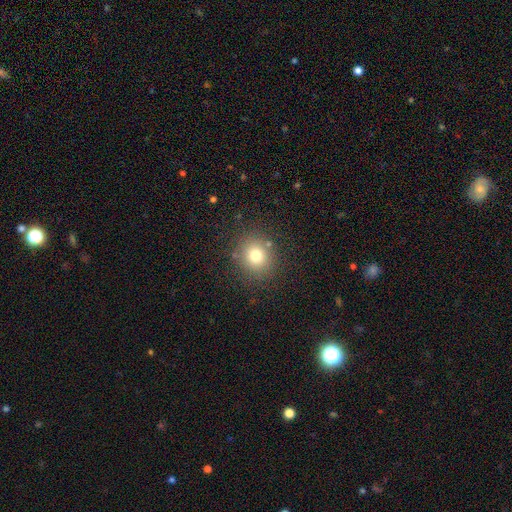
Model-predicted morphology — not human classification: A smooth galaxy with no disk features (75%) that is round (82%).

Vote fractions:
- Smooth or featured? smooth: 75% / star or artifact: 15% / featured or disk: 10%
- How rounded? round: 82% / in between: 17% / cigar-shaped: 1%
- Merging? none: 85% / minor disturbance: 9% / major disturbance: 4% / merger: 3%